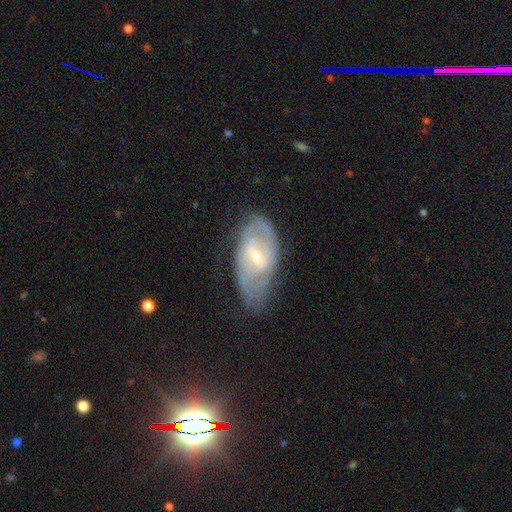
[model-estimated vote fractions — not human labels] Smooth or featured: featured or disk — 78% (smooth — 16%)
Edge-on disk: no — 93% (yes — 7%)
Bar: weak — 55% (no — 23%)
Spiral arms: yes — 86% (no — 14%)
Spiral winding: tight — 49% (medium — 39%)
Spiral arm count: 2 — 55% (can't tell — 31%)
Bulge size: small — 63% (moderate — 33%)
Merging: none — 60% (minor disturbance — 26%)